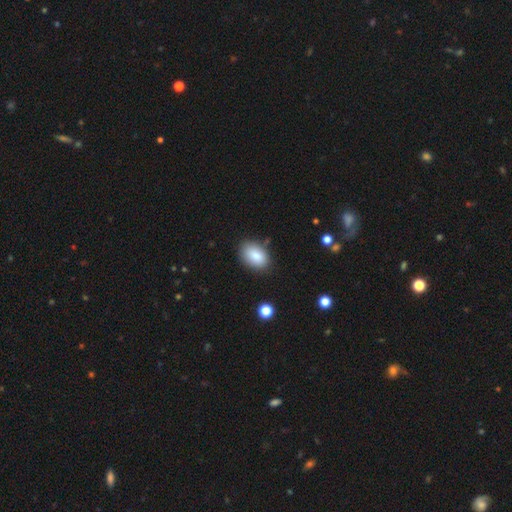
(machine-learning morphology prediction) smooth-or-featured: smooth: 86% | star or artifact: 7% | featured or disk: 6%
  how-rounded: in between: 87% | round: 11% | cigar-shaped: 1%
  merging: none: 82% | minor disturbance: 13% | major disturbance: 3% | merger: 2%